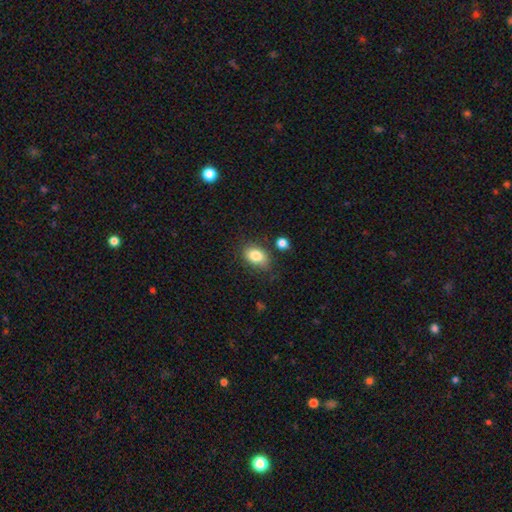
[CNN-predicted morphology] This is clearly a smooth galaxy (84%). How rounded: likely in between (79%). Merging: likely none (75%).